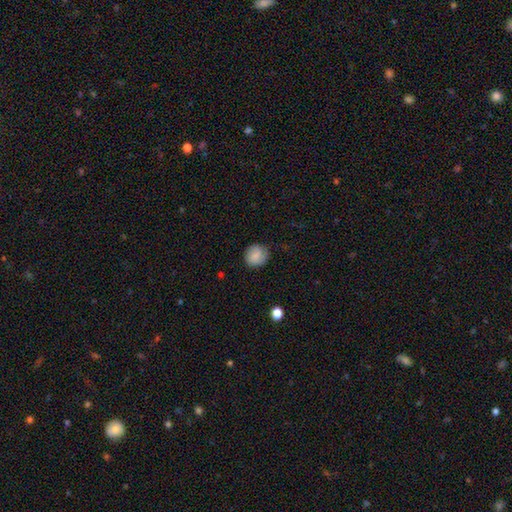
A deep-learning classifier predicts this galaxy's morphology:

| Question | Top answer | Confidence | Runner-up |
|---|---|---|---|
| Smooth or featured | smooth | 76% | featured or disk (16%) |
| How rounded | round | 85% | in between (14%) |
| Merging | none | 77% | minor disturbance (17%) |